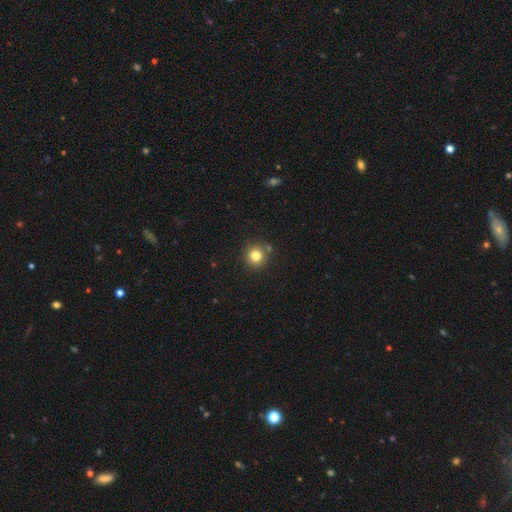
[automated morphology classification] type=smooth (80%); roundness=round (94%); merging=none (81%).